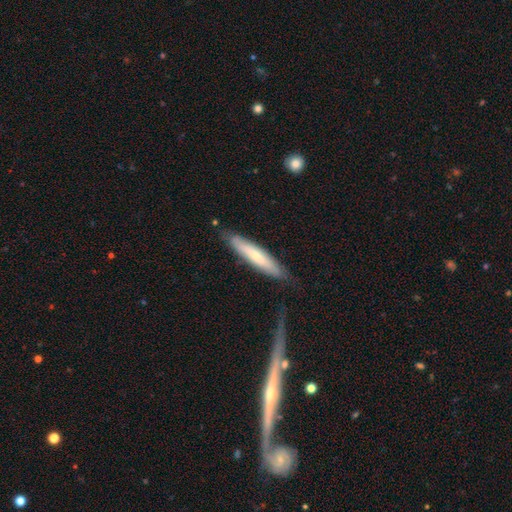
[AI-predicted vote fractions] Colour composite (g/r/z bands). It shows a smooth galaxy with no disk features (56%) that is cigar-shaped (87%). Merging: none (76%).